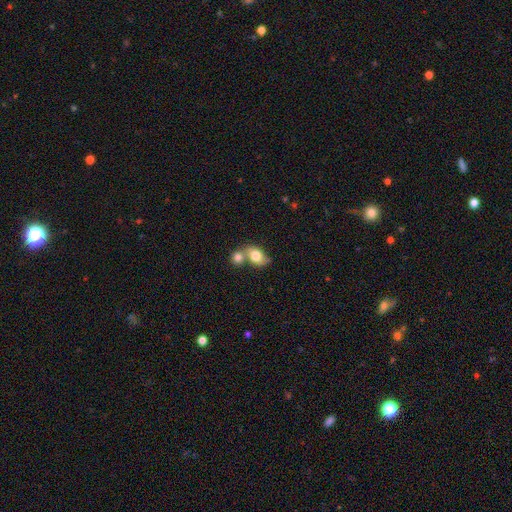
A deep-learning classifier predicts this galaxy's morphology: The model was most divided on "merging": merger: 55%, none: 31%, minor disturbance: 10%, major disturbance: 5%. More confident: smooth or featured — smooth (74%); how rounded — in between (66%).